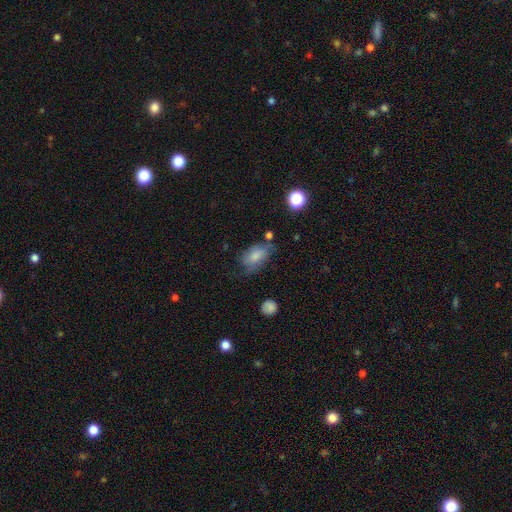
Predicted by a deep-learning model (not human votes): This is likely a smooth galaxy (69%). How rounded: clearly in between (89%). Merging: possibly none (47%).